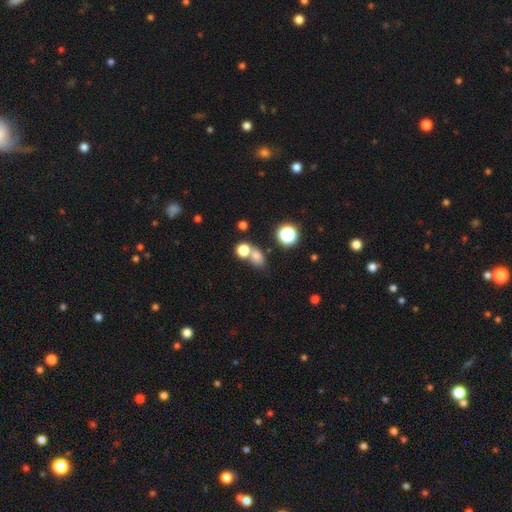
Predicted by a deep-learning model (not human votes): This is likely a smooth galaxy (72%). How rounded: possibly in between (51%). Merging: possibly none (49%).